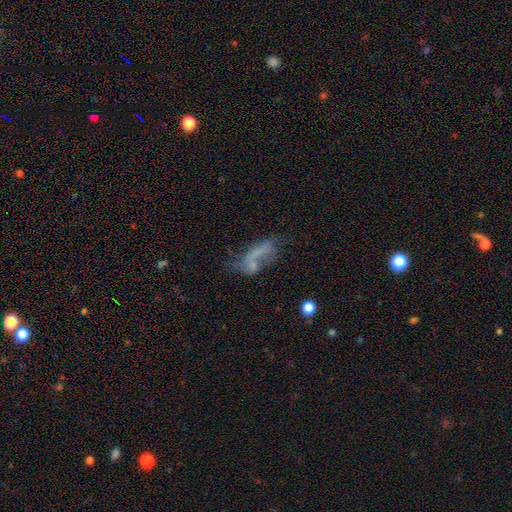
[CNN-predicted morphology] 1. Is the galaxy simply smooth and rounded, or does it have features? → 45% featured or disk, 37% smooth, 17% star or artifact.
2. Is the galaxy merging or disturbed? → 33% major disturbance, 31% none, 19% minor disturbance, 17% merger.